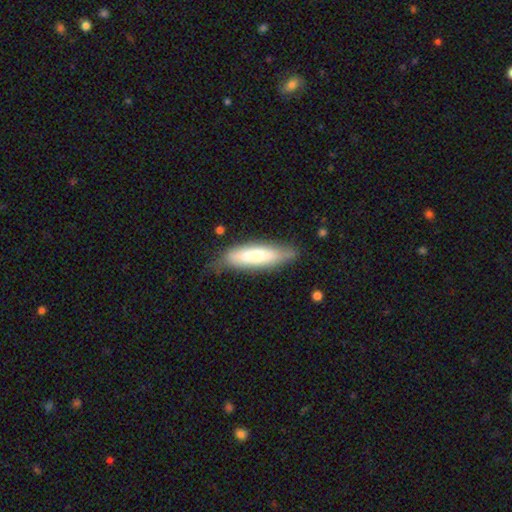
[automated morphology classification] This is likely a smooth galaxy (65%). How rounded: likely cigar-shaped (60%). Merging: likely none (68%).